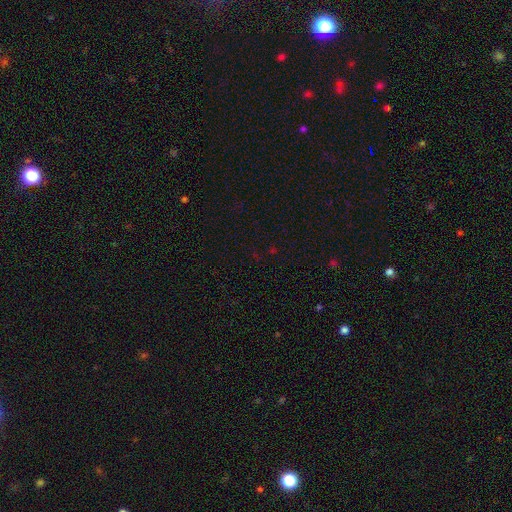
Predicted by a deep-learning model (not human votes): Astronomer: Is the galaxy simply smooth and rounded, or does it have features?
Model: star or artifact — 70%.